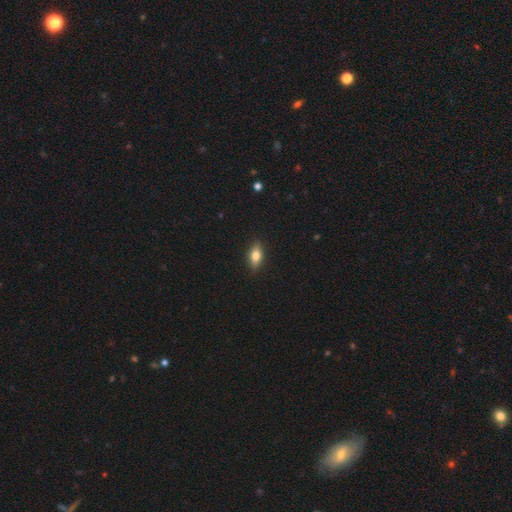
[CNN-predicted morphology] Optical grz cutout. It shows a smooth galaxy with no disk features (68%) that is in between round and cigar-shaped (78%). Merging: none (88%).